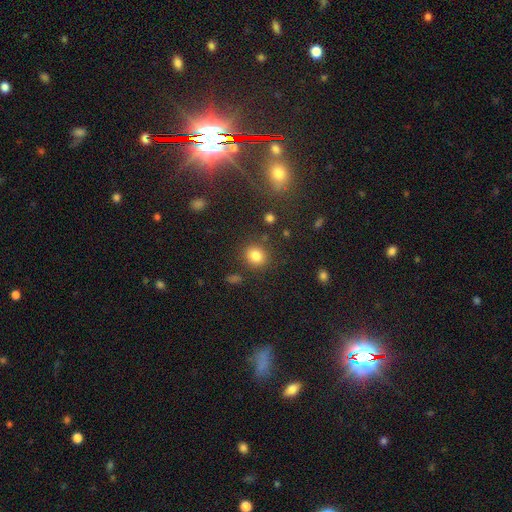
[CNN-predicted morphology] smooth-or-featured: smooth: 82% | star or artifact: 12% | featured or disk: 6%
  how-rounded: round: 77% | in between: 22% | cigar-shaped: 1%
  merging: none: 83% | minor disturbance: 9% | merger: 4% | major disturbance: 4%